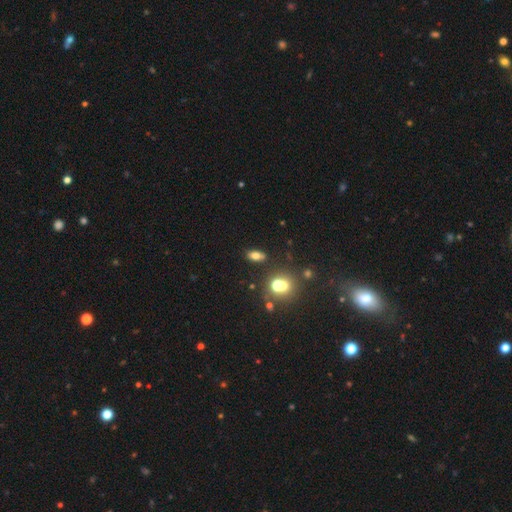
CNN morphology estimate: Smooth or featured: smooth — 70% (star or artifact — 16%)
How rounded: in between — 79% (round — 12%)
Merging: none — 80% (minor disturbance — 10%)